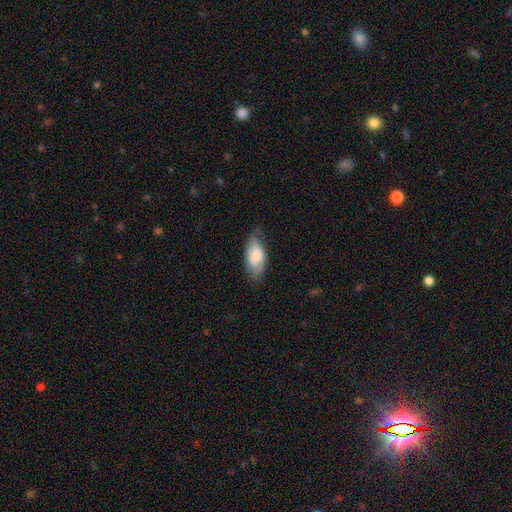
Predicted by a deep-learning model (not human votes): Morphology: type=smooth (64%); roundness=in between (91%); merging=none (64%).